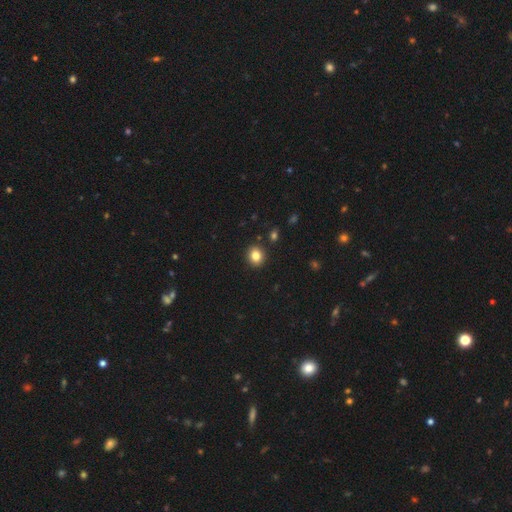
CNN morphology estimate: smooth 83%, star or artifact 11%, featured or disk 6%. Down the decision tree: how rounded — round (76%); merging — none (90%).